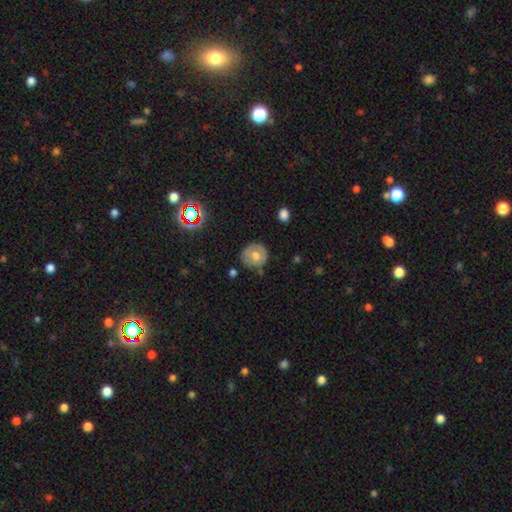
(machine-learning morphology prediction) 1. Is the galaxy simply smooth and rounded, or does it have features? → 63% smooth, 27% featured or disk, 10% star or artifact.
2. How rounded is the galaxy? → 86% round, 13% in between, 1% cigar-shaped.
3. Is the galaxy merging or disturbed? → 72% none, 20% minor disturbance, 4% major disturbance, 3% merger.